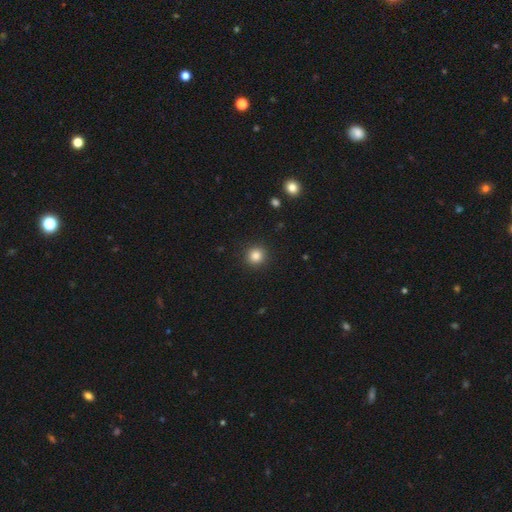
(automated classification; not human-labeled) Smooth or featured? Predicted: smooth (p=0.84). How rounded? Predicted: round (p=0.93). Merging? Predicted: none (p=0.92).